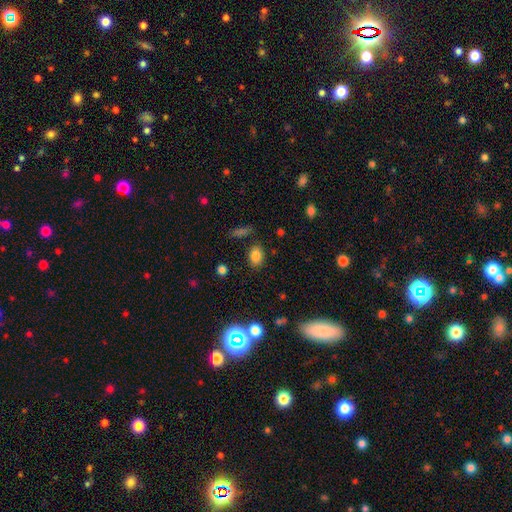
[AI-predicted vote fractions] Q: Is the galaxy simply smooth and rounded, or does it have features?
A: smooth — 83%.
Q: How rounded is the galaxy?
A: in between — 76%.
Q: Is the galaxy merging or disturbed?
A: none — 82%.